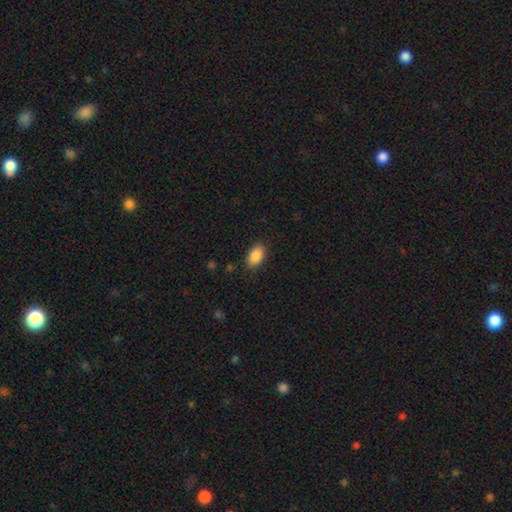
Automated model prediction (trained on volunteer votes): Smooth or featured? Predicted: smooth (p=0.88). How rounded? Predicted: in between (p=0.91). Merging? Predicted: none (p=0.84).